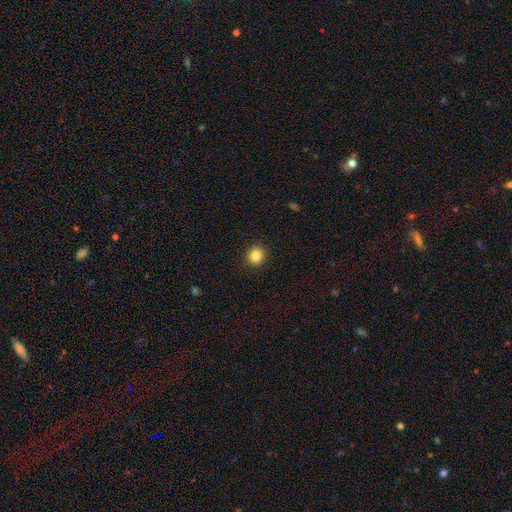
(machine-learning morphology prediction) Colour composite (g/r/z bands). It shows a smooth galaxy with no disk features (84%) that is round (91%). Merging: none (92%).